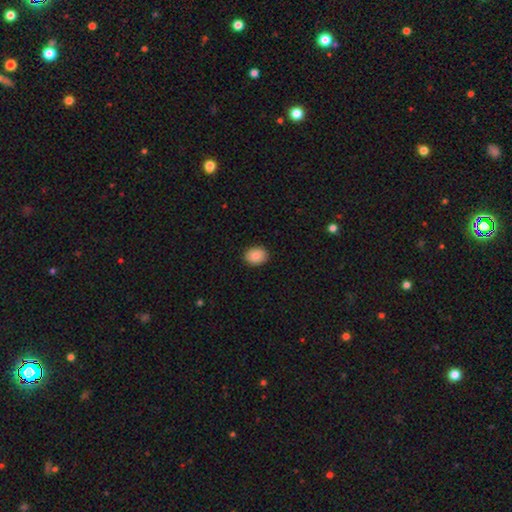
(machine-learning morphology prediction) Overall: smooth (90%). How rounded: in between (60%; round 39%). Merging: none (90%).